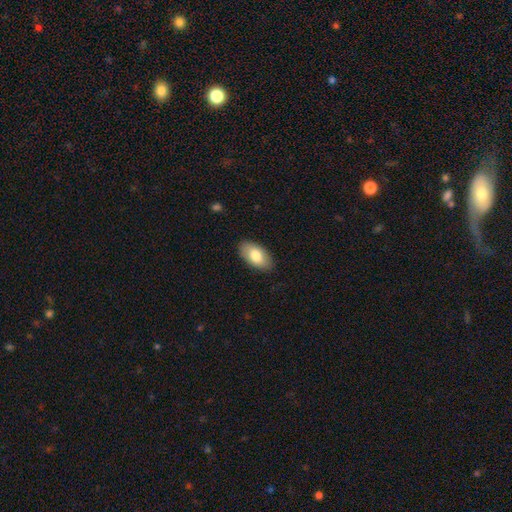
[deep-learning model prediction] The model was most divided on "smooth or featured": smooth: 79%, featured or disk: 15%, star or artifact: 6%. More confident: how rounded — in between (94%); merging — none (86%).